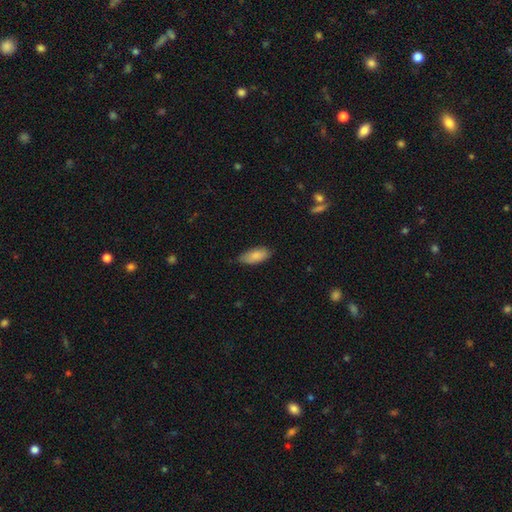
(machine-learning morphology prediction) type=smooth (86%); roundness=in between (87%); merging=none (78%).